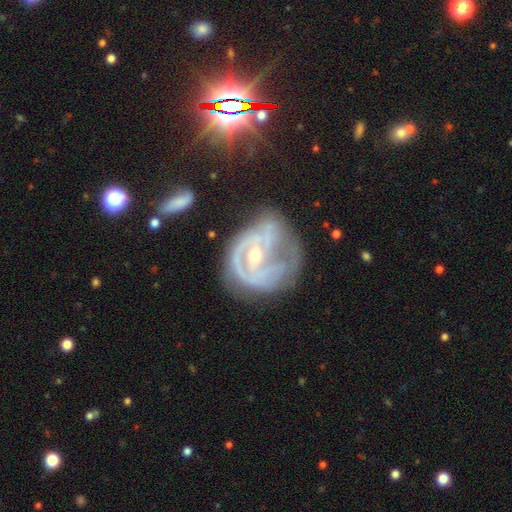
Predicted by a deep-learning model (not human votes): Morphology: type=featured or disk (82%); edge-on=no (97%); bar=no (46%); spiral arms=yes (86%); winding=tight (48%); arm count=2 (39%); bulge=small (61%); merging=none (37%).